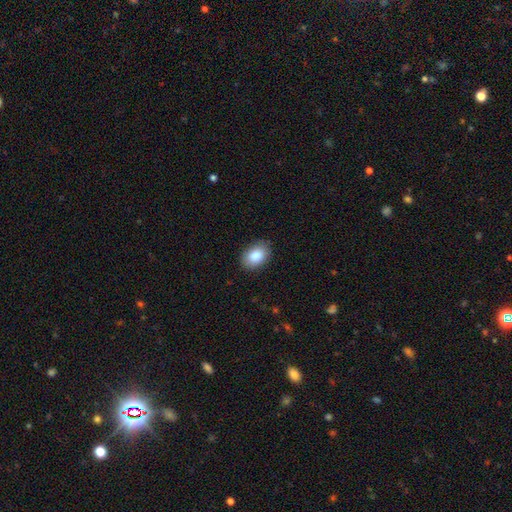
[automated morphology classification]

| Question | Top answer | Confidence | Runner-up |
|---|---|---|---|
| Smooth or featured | smooth | 86% | star or artifact (7%) |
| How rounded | in between | 85% | round (14%) |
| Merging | none | 87% | minor disturbance (10%) |